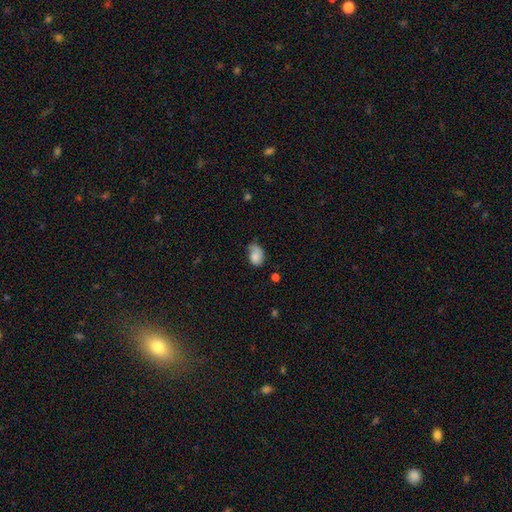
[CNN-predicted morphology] smooth 77%, featured or disk 15%, star or artifact 8%. Down the decision tree: how rounded — in between (77%); merging — minor disturbance (39%).